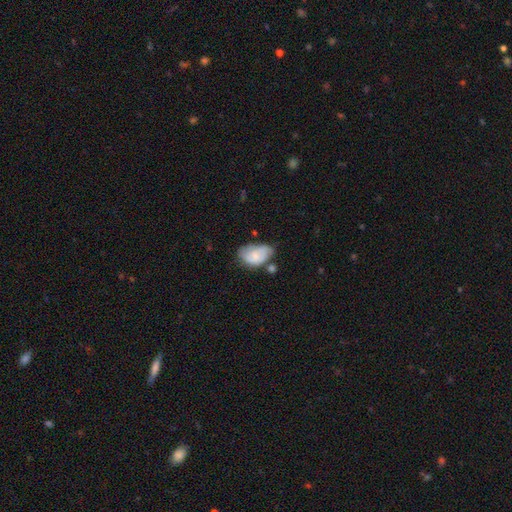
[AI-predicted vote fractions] smooth_or_featured: smooth (p=0.65) [alt: featured or disk p=0.27]
how_rounded: in between (p=0.90) [alt: round p=0.08]
merging: minor disturbance (p=0.37) [alt: none p=0.35]